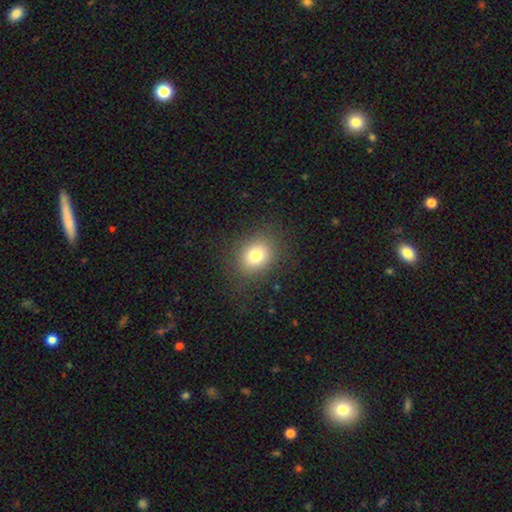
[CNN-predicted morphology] A smooth galaxy with no disk features (78%) that is round (58%). Merging: none (84%).